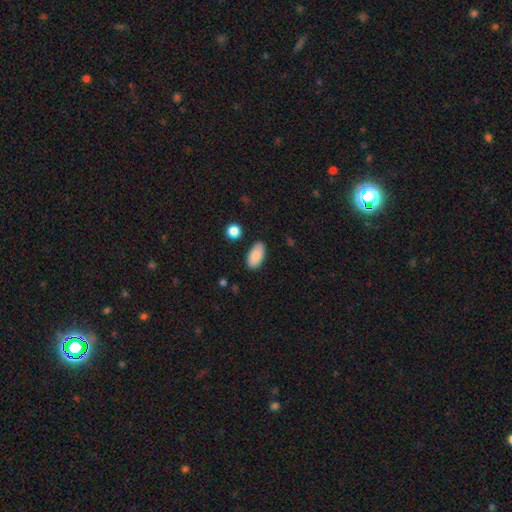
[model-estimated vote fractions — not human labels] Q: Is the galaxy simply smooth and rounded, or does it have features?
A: smooth — 87%.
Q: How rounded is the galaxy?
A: in between — 93%.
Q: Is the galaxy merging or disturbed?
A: none — 82%.